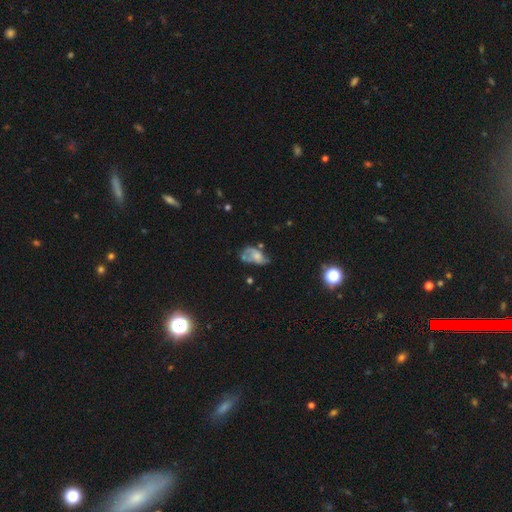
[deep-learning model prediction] A featured or disk galaxy (49%).

Vote fractions:
- Smooth or featured? featured or disk: 49% / smooth: 39% / star or artifact: 11%
- Merging? major disturbance: 32% / none: 31% / minor disturbance: 27% / merger: 11%